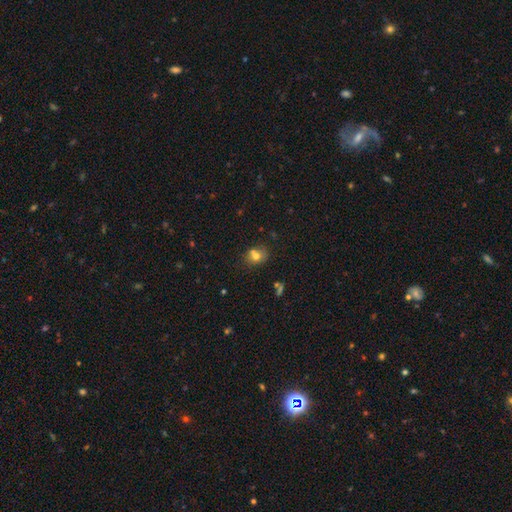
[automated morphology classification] smooth-or-featured: smooth: 72% | star or artifact: 14% | featured or disk: 14%
  how-rounded: round: 69% | in between: 30% | cigar-shaped: 1%
  merging: none: 55% | merger: 23% | minor disturbance: 16% | major disturbance: 5%